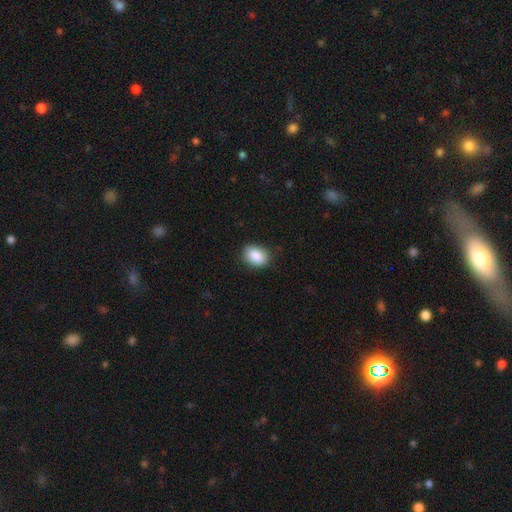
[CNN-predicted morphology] A smooth galaxy with no disk features (88%) that is in between round and cigar-shaped (76%).

Vote fractions:
- Smooth or featured? smooth: 88% / star or artifact: 7% / featured or disk: 4%
- How rounded? in between: 76% / round: 23% / cigar-shaped: 1%
- Merging? none: 84% / minor disturbance: 12% / major disturbance: 3% / merger: 1%